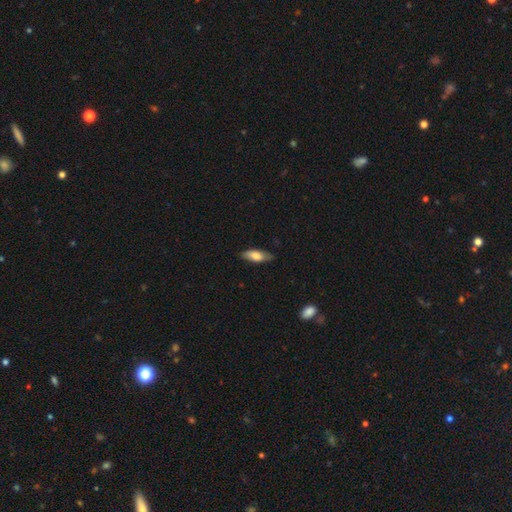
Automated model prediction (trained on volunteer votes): Morphology: type=smooth (75%); roundness=in between (69%); merging=none (79%).